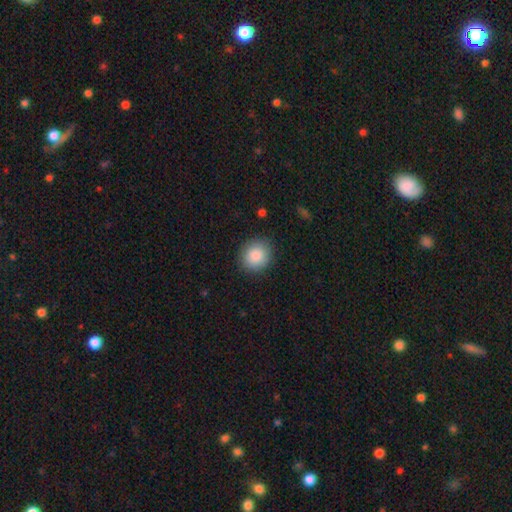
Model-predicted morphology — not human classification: A smooth galaxy with no disk features (88%) that is round (84%). Merging: none (88%).